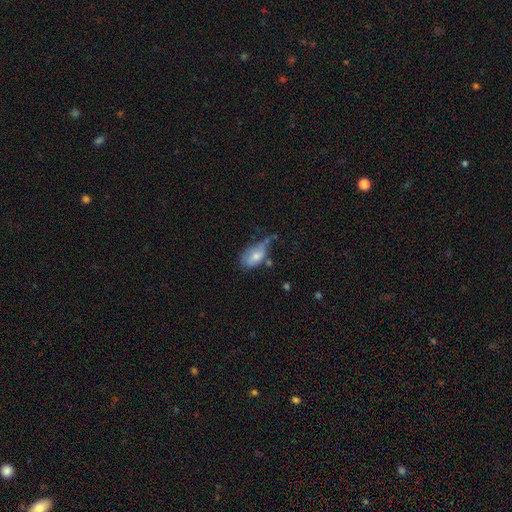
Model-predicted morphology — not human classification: smooth 70%, featured or disk 22%, star or artifact 8%. Down the decision tree: how rounded — in between (90%); merging — minor disturbance (38%).